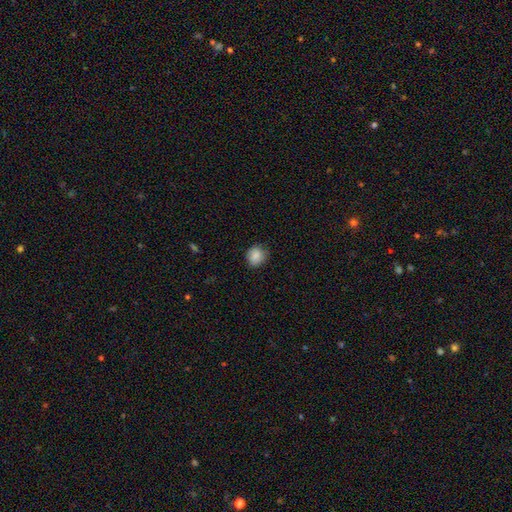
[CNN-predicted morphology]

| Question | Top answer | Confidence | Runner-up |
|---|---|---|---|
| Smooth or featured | smooth | 87% | star or artifact (8%) |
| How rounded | round | 74% | in between (25%) |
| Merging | none | 79% | minor disturbance (17%) |